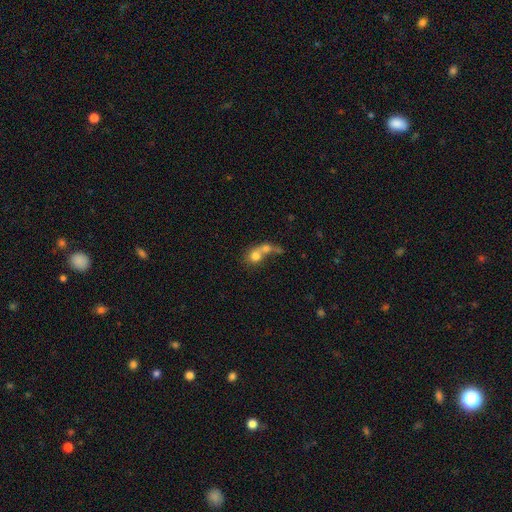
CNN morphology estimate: Overall: smooth (70%). How rounded: round (70%). Merging: merger (69%).